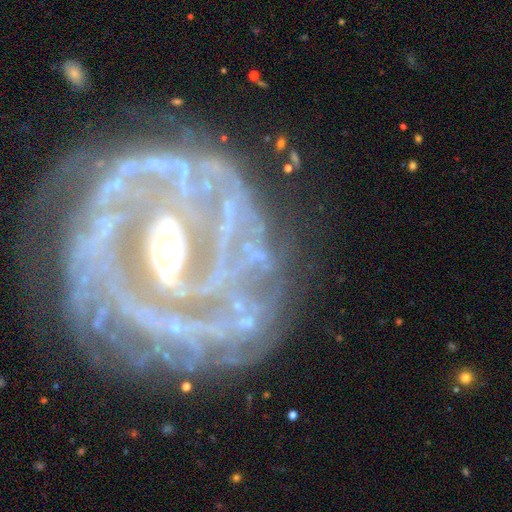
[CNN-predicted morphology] smooth-or-featured: star or artifact: 46% | featured or disk: 40% | smooth: 14%